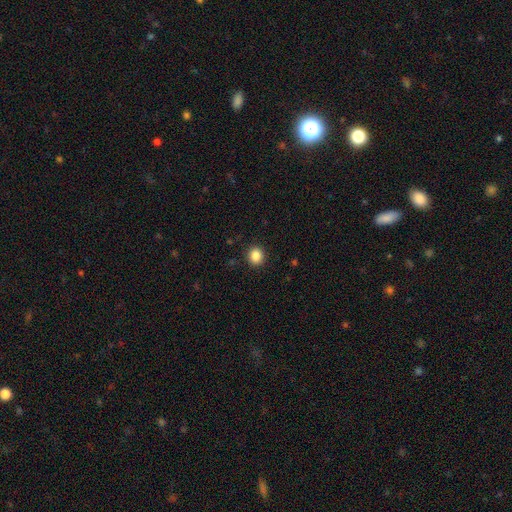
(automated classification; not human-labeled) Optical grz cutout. It shows a smooth galaxy with no disk features (86%) that is round (82%). Merging: none (92%).